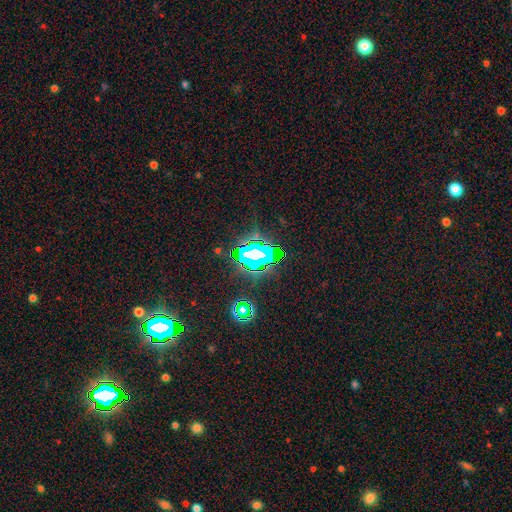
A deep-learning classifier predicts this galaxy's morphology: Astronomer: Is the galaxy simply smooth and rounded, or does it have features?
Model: star or artifact — 66%.